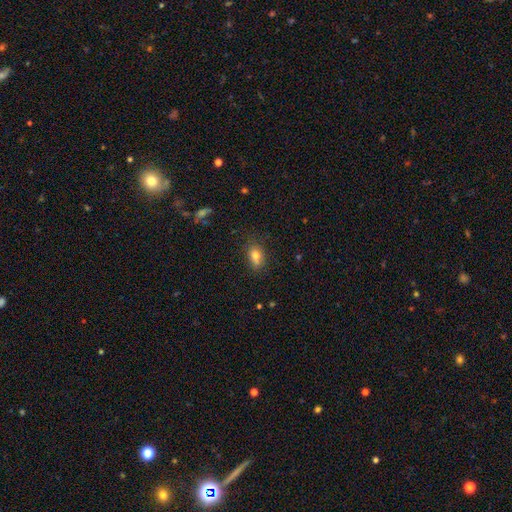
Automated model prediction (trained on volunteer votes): The model was most divided on "merging": none: 66%, minor disturbance: 22%, merger: 6%, major disturbance: 5%. More confident: smooth or featured — smooth (75%); how rounded — in between (73%).